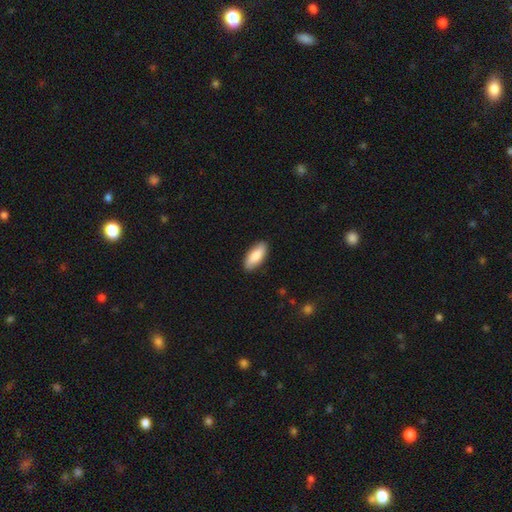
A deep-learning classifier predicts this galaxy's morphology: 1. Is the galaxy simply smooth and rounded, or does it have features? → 81% smooth, 13% featured or disk, 5% star or artifact.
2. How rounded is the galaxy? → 81% in between, 17% cigar-shaped, 2% round.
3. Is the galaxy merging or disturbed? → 87% none, 10% minor disturbance, 2% major disturbance, 1% merger.